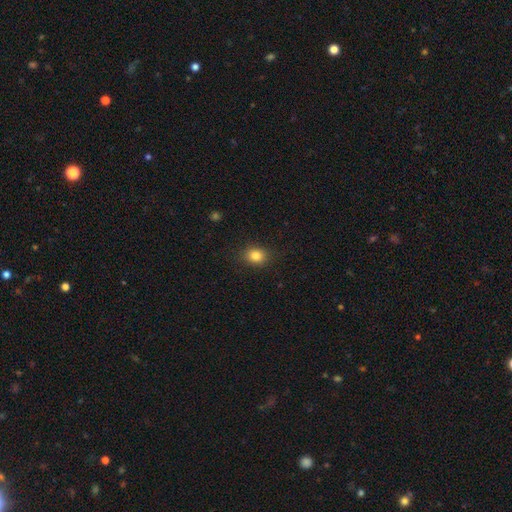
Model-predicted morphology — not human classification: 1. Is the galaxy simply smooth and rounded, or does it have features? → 83% smooth, 11% star or artifact, 6% featured or disk.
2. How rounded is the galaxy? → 53% round, 46% in between, 1% cigar-shaped.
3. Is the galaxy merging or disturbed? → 87% none, 9% minor disturbance, 3% major disturbance, 1% merger.